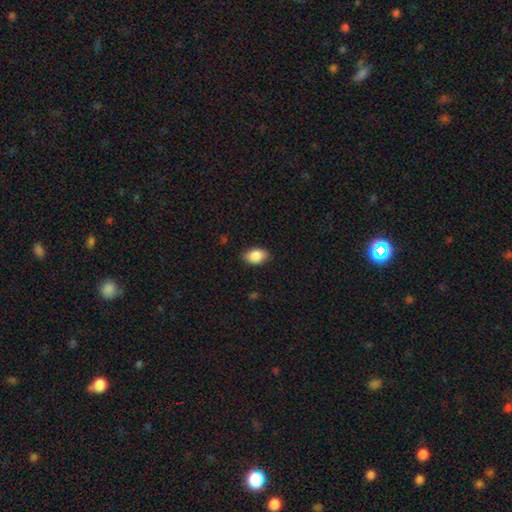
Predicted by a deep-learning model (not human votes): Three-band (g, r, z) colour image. It shows a smooth galaxy with no disk features (88%) that is in between round and cigar-shaped (86%). Merging: none (84%).